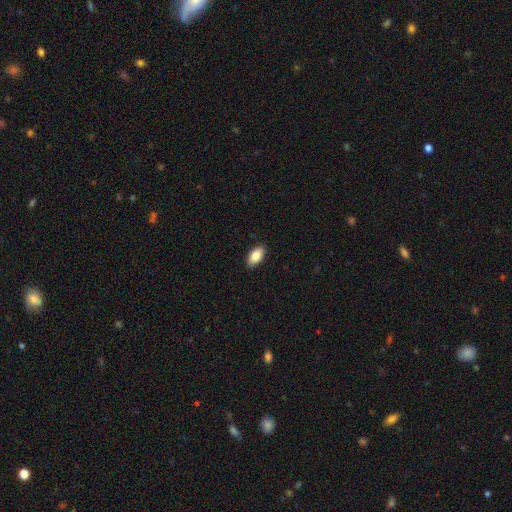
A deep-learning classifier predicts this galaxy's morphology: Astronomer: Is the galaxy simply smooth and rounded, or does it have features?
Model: smooth — 87%.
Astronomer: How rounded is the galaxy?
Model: in between — 93%.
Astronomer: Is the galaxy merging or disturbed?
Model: none — 89%.